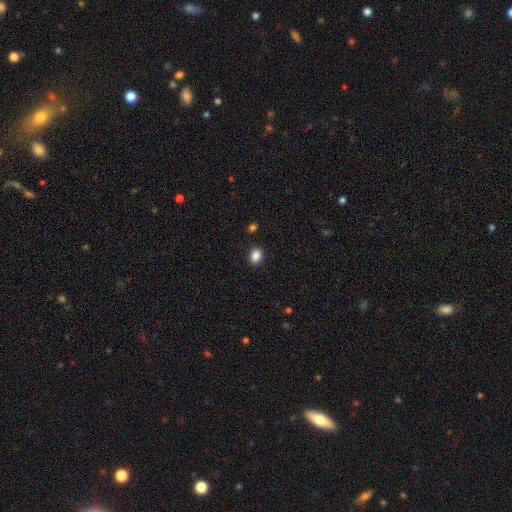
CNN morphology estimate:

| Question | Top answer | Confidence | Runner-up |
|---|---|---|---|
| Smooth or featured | smooth | 87% | star or artifact (10%) |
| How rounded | in between | 53% | round (46%) |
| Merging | none | 89% | minor disturbance (7%) |